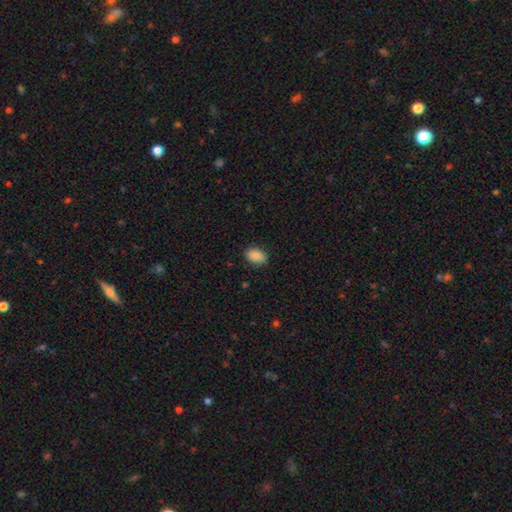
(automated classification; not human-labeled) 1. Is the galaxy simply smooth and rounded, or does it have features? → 88% smooth, 8% star or artifact, 4% featured or disk.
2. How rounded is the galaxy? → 85% in between, 13% round, 1% cigar-shaped.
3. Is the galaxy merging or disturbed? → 87% none, 9% minor disturbance, 2% major disturbance, 1% merger.